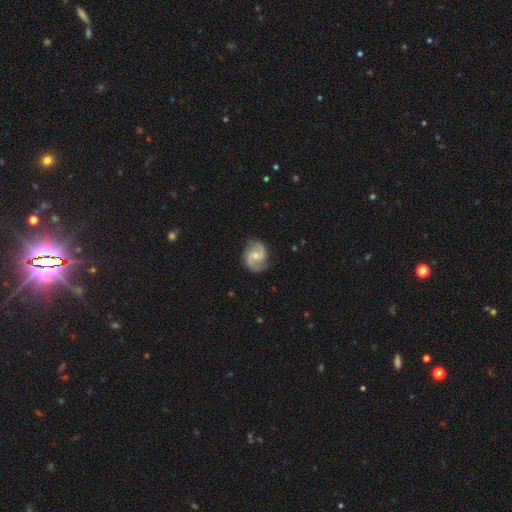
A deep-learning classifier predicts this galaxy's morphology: The model was most divided on "bar": no: 48%, weak: 43%, strong: 9%. More confident: edge-on disk — no (98%); spiral arms — yes (96%); spiral arm count — 2 (91%); smooth or featured — featured or disk (82%); merging — none (81%); bulge size — small (56%); spiral winding — medium (51%).